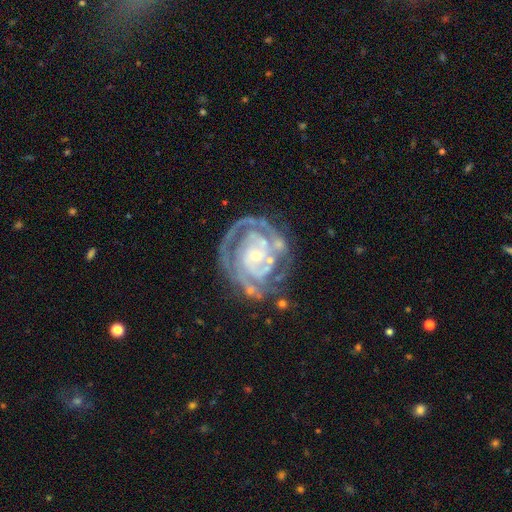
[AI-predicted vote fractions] This is clearly a featured or disk galaxy (89%). It is clearly not viewed edge-on (98%). Bar: likely no (72%). Spiral arm pattern: clearly yes (95%). Spiral arm count: marginally 2 (35%). Spiral winding: likely tight (74%). Central bulge: likely small (77%). Merging: likely none (62%).